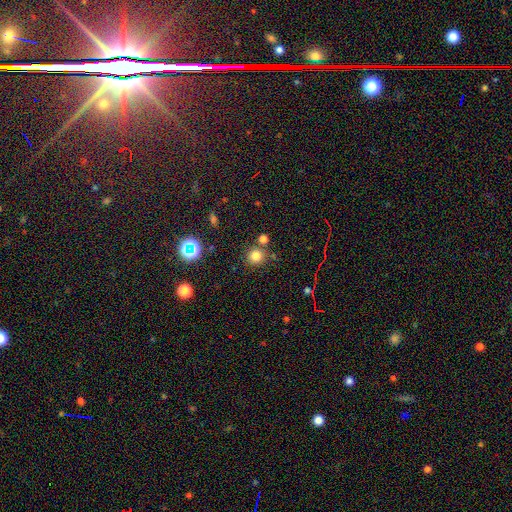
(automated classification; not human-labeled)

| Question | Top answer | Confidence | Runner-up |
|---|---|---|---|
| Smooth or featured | smooth | 77% | star or artifact (17%) |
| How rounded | round | 91% | in between (8%) |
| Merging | none | 80% | merger (10%) |